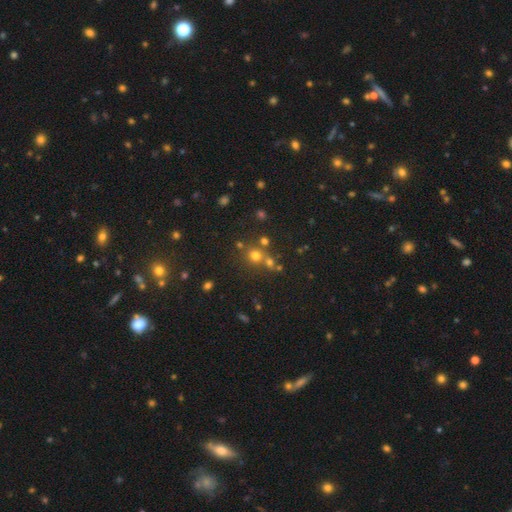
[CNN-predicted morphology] Smooth or featured?
  - smooth: 65% *
  - star or artifact: 25%
  - featured or disk: 10%
How rounded?
  - round: 87% *
  - in between: 12%
  - cigar-shaped: 1%
Merging?
  - none: 61% *
  - merger: 26%
  - minor disturbance: 9%
  - major disturbance: 4%